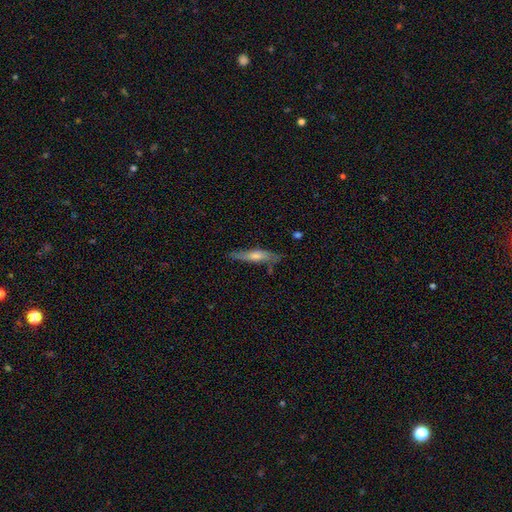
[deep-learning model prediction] smooth-or-featured: featured or disk: 47% (tied) | smooth: 47% (tied) | star or artifact: 6%
  merging: none: 74% | minor disturbance: 18% | major disturbance: 4% | merger: 3%